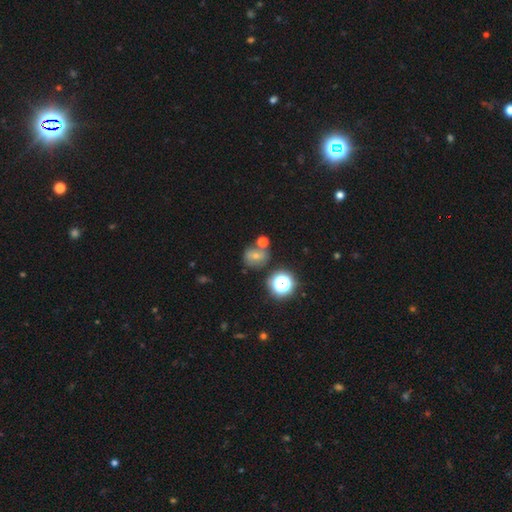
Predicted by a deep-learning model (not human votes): Smooth or featured?
  - smooth: 52% *
  - star or artifact: 25%
  - featured or disk: 23%
How rounded?
  - round: 71% *
  - in between: 28%
  - cigar-shaped: 1%
Merging?
  - none: 60% *
  - merger: 21%
  - minor disturbance: 14%
  - major disturbance: 5%